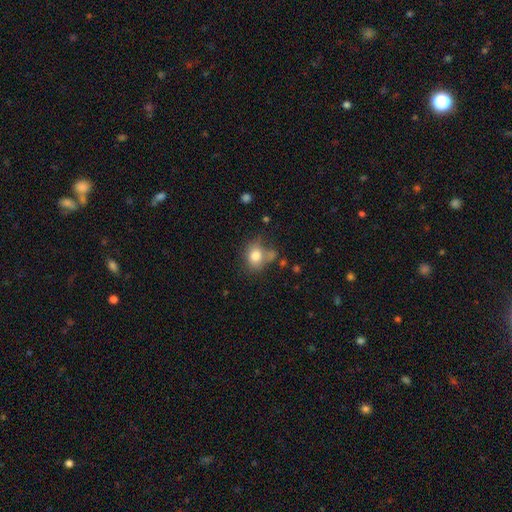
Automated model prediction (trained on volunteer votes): A smooth galaxy with no disk features (80%) that is in between round and cigar-shaped (51%).

Vote fractions:
- Smooth or featured? smooth: 80% / featured or disk: 11% / star or artifact: 10%
- How rounded? in between: 51% / round: 47% / cigar-shaped: 1%
- Merging? none: 52% / minor disturbance: 23% / merger: 15% / major disturbance: 10%